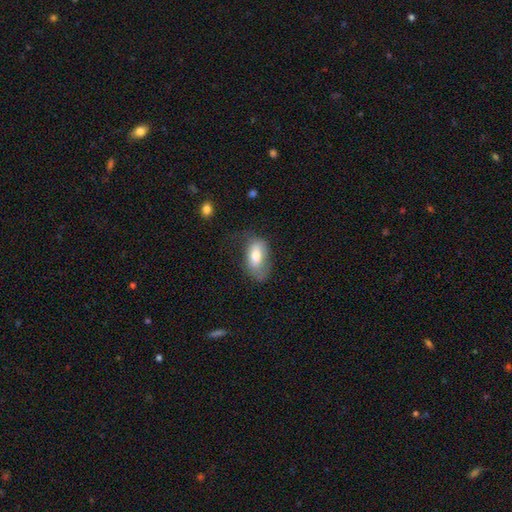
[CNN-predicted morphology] smooth-or-featured: smooth: 71% | featured or disk: 22% | star or artifact: 7%
  how-rounded: in between: 91% | round: 6% | cigar-shaped: 4%
  merging: none: 46% | minor disturbance: 31% | major disturbance: 20% | merger: 2%